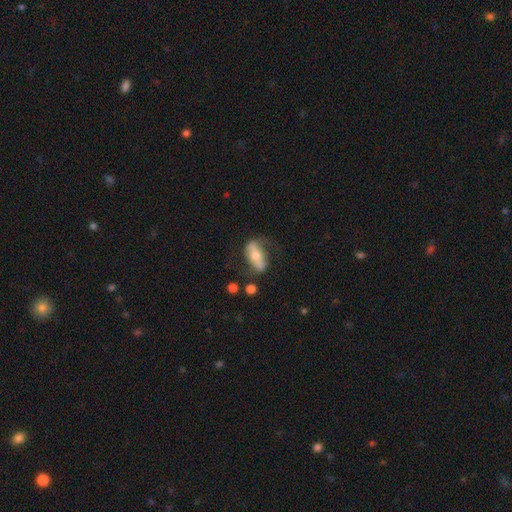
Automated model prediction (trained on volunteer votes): Q: Smooth or featured?
A: featured or disk (49%); runner-up: smooth (45%)
Q: Merging?
A: none (56%); runner-up: minor disturbance (24%)